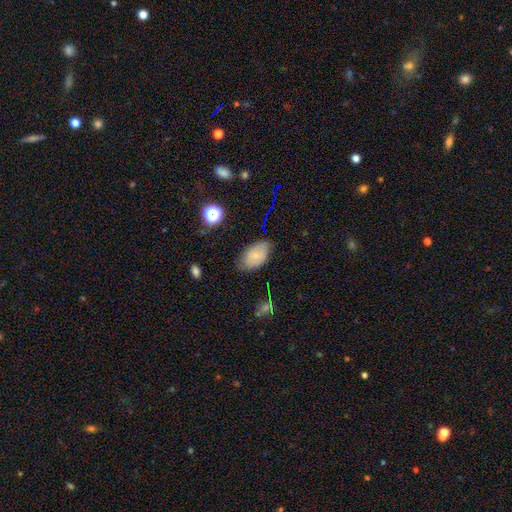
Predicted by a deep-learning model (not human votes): smooth 66%, featured or disk 24%, star or artifact 10%. Down the decision tree: how rounded — in between (92%); merging — none (70%).